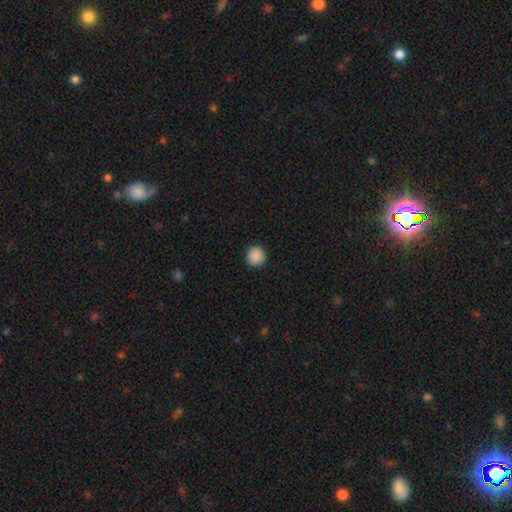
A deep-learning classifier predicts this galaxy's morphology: type=smooth (89%); roundness=round (95%); merging=none (93%).